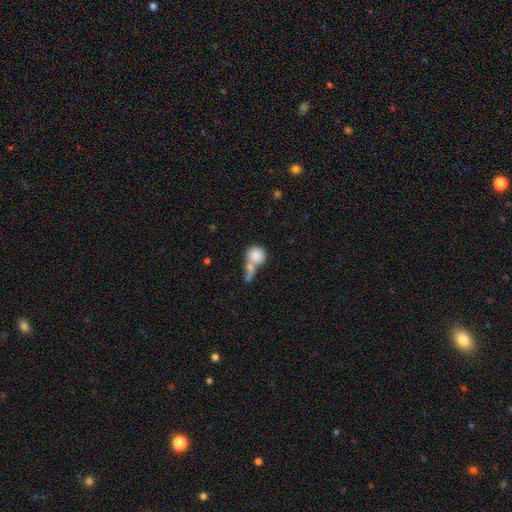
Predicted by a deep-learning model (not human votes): Smooth or featured? smooth (82%)
How rounded? round (86%)
Merging? merger (51%)